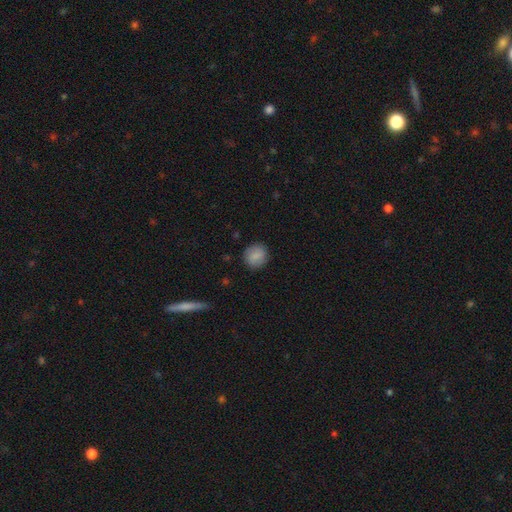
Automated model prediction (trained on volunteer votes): Smooth or featured? Predicted: smooth (p=0.81). How rounded? Predicted: round (p=0.83). Merging? Predicted: none (p=0.87).